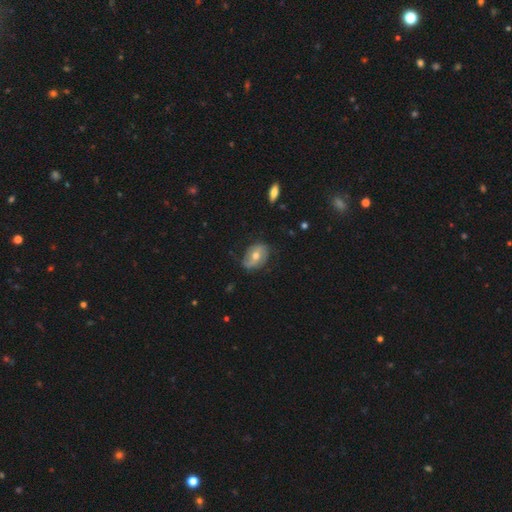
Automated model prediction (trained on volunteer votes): featured or disk 53%, smooth 39%, star or artifact 8%. Down the decision tree: edge-on disk — no (93%); merging — none (68%).